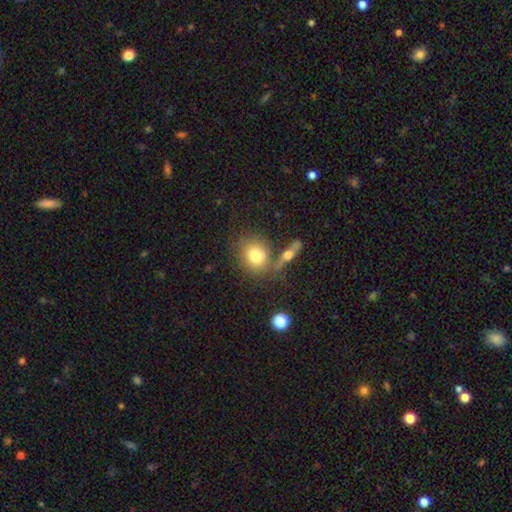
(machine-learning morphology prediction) Overall: smooth (73%). How rounded: round (67%; in between 31%). Merging: none (59%; merger 22%).